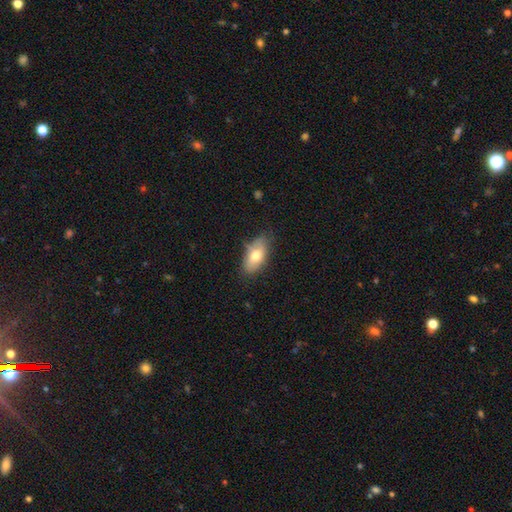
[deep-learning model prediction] Morphology: type=smooth (69%); roundness=in between (90%); merging=none (65%).